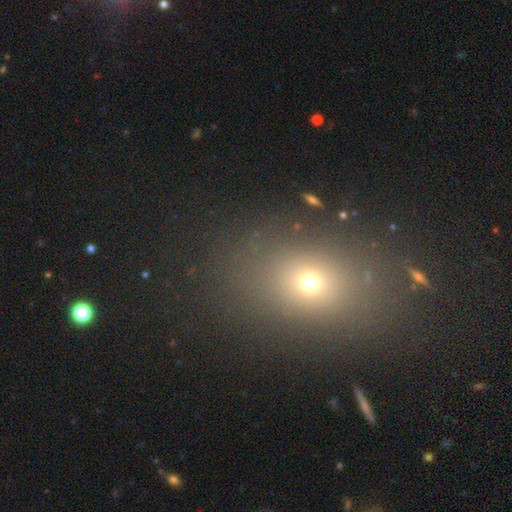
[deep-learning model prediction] Overall: smooth (60%; star or artifact 28%). How rounded: in between (57%; round 41%). Merging: none (84%).